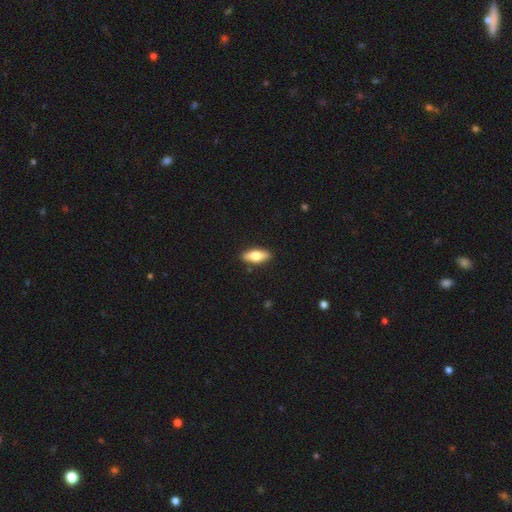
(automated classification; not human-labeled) smooth_or_featured: smooth (p=0.73) [alt: featured or disk p=0.21]
how_rounded: in between (p=0.75) [alt: cigar-shaped p=0.23]
merging: none (p=0.89) [alt: minor disturbance p=0.08]